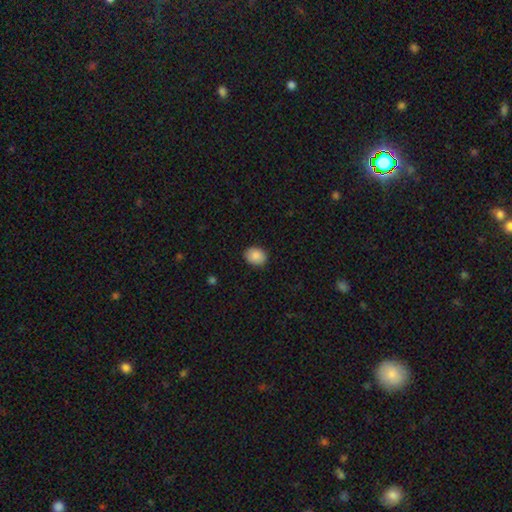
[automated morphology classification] Smooth or featured?
  - smooth: 88% *
  - star or artifact: 8%
  - featured or disk: 4%
How rounded?
  - in between: 54% *
  - round: 45%
  - cigar-shaped: 1%
Merging?
  - none: 89% *
  - minor disturbance: 8%
  - major disturbance: 2%
  - merger: 1%